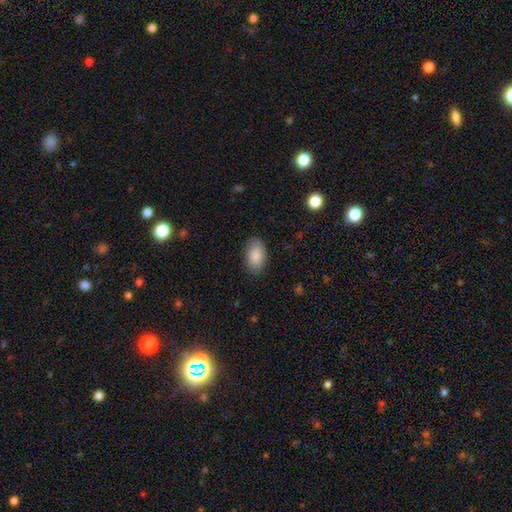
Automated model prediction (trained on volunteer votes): This appears to be a smooth galaxy with no disk features (88%) that is in between round and cigar-shaped (94%). Merging: none (86%).